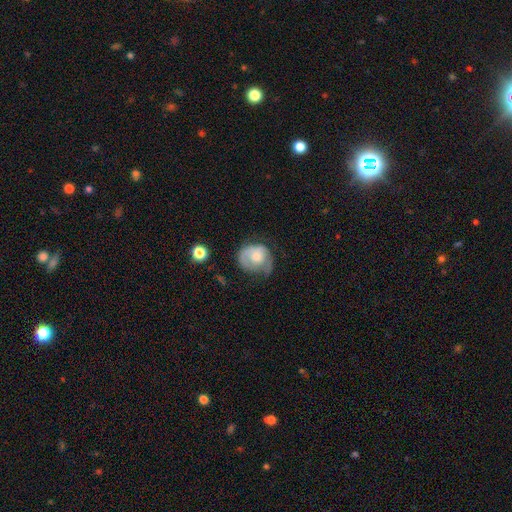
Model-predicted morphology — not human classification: type=smooth (49%); merging=none (39%).